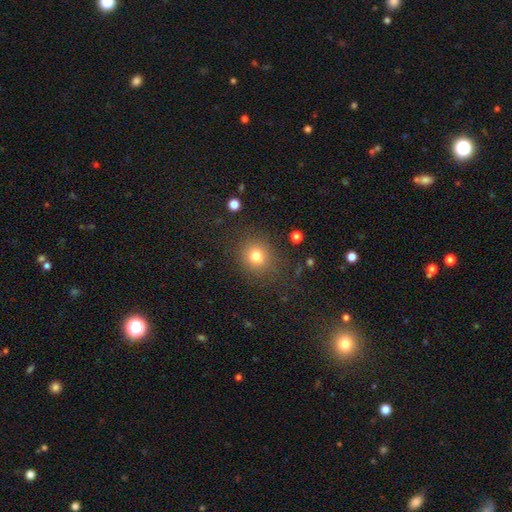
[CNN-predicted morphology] A smooth galaxy with no disk features (78%) that is round (84%).

Vote fractions:
- Smooth or featured? smooth: 78% / star or artifact: 15% / featured or disk: 8%
- How rounded? round: 84% / in between: 15% / cigar-shaped: 1%
- Merging? none: 83% / minor disturbance: 10% / major disturbance: 5% / merger: 2%